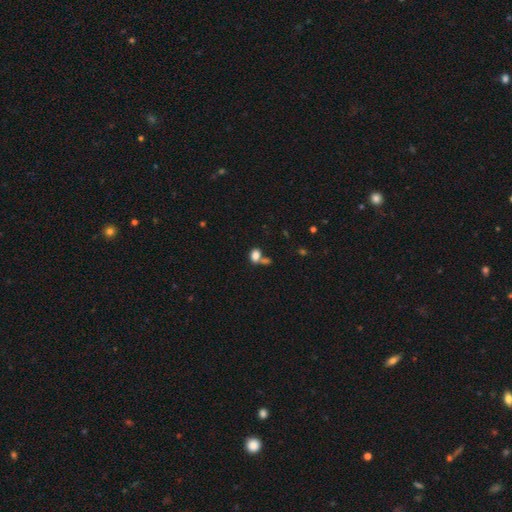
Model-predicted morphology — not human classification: smooth_or_featured: smooth (p=0.82) [alt: star or artifact p=0.11]
how_rounded: in between (p=0.78) [alt: round p=0.20]
merging: none (p=0.43) [alt: merger p=0.40]